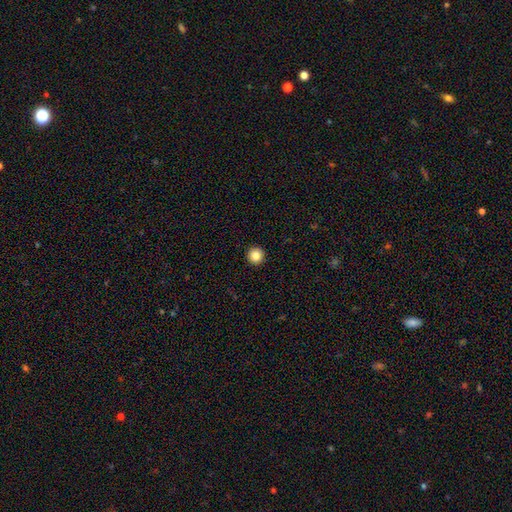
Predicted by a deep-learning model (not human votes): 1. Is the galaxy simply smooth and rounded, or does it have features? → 84% smooth, 10% star or artifact, 6% featured or disk.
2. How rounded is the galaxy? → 96% round, 3% in between, 1% cigar-shaped.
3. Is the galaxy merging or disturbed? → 94% none, 4% minor disturbance, 1% major disturbance, 1% merger.